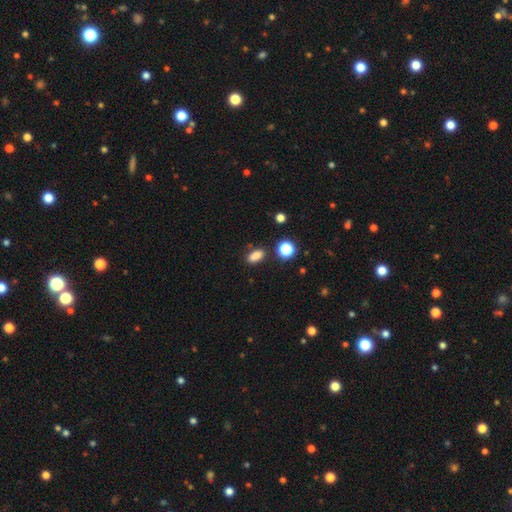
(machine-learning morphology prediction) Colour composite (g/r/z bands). It shows a smooth galaxy with no disk features (83%) that is in between round and cigar-shaped (81%). Merging: none (83%).